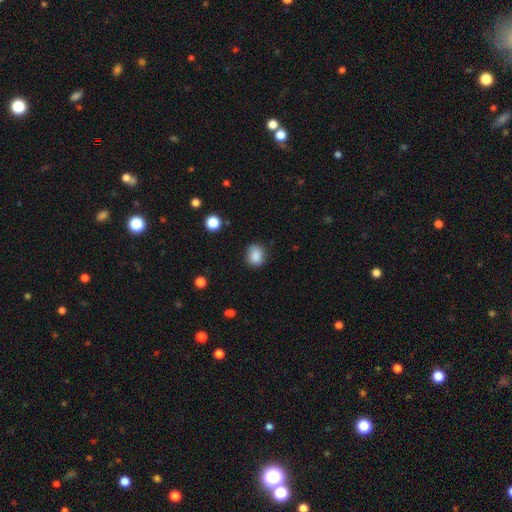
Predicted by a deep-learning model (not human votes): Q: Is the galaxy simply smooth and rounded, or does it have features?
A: smooth — 86%.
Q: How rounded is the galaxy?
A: round — 62%.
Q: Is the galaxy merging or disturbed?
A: none — 80%.